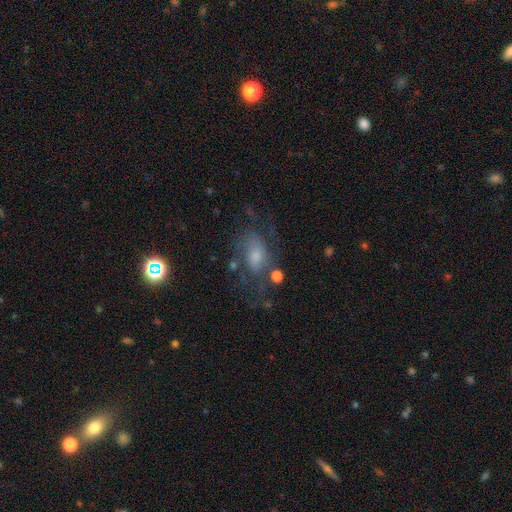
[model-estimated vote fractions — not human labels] Smooth or featured? Predicted: featured or disk (p=0.52). Edge-on disk? Predicted: no (p=0.94). Merging? Predicted: none (p=0.48).